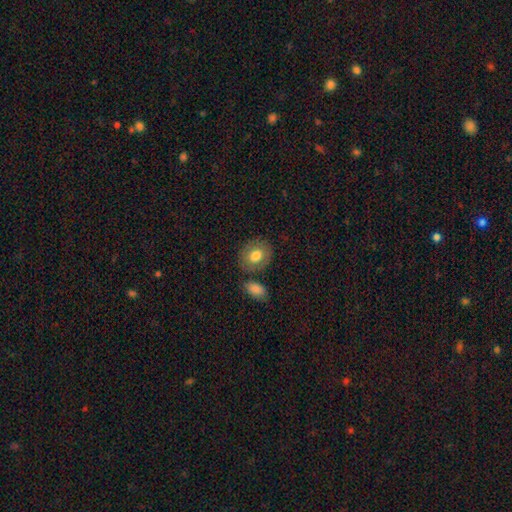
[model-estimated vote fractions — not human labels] Morphology: type=smooth (75%); roundness=in between (53%); merging=none (75%).